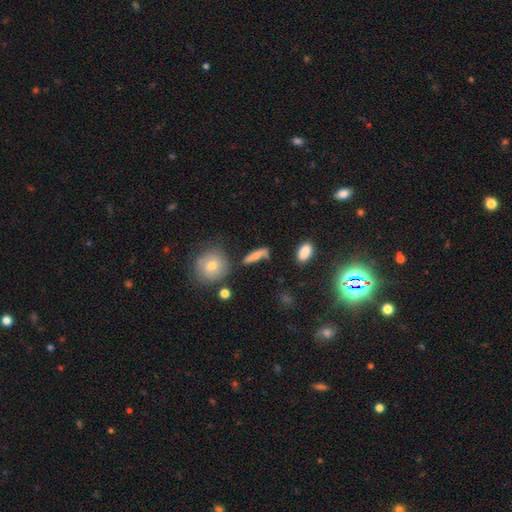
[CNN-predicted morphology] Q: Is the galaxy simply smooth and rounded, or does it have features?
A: smooth — 66%.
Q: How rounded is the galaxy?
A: cigar-shaped — 60%.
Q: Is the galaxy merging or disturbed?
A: none — 62%.